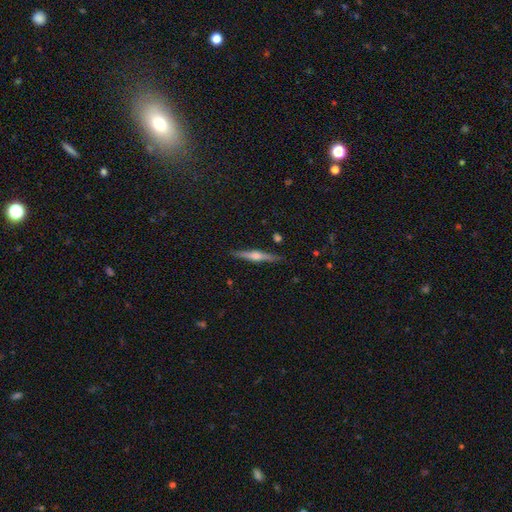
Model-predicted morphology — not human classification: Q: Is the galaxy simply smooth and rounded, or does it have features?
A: featured or disk — 75%.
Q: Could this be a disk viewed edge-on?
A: yes — 98%.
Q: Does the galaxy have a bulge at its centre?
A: rounded — 85%.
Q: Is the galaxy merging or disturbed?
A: none — 90%.